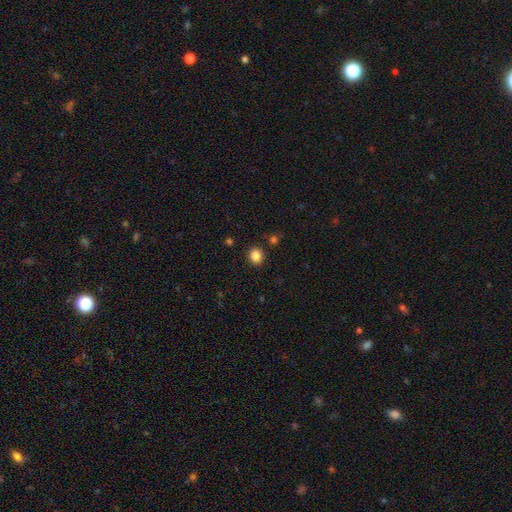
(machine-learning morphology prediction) Q: Smooth or featured?
A: smooth (85%); runner-up: star or artifact (11%)
Q: How rounded?
A: round (75%); runner-up: in between (24%)
Q: Merging?
A: none (89%); runner-up: minor disturbance (6%)